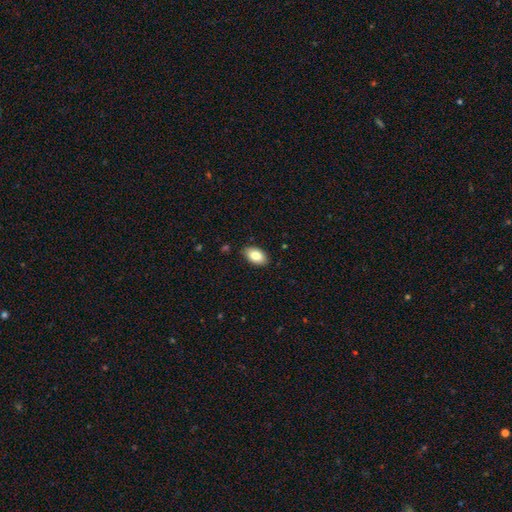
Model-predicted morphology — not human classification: A smooth galaxy with no disk features (83%) that is in between round and cigar-shaped (93%). Merging: none (88%).